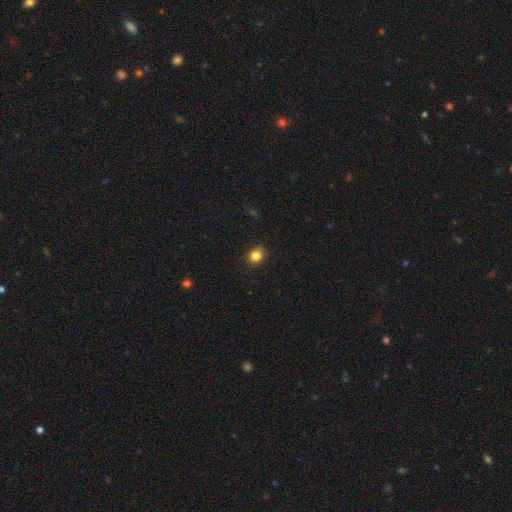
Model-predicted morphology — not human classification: The model was most divided on "how rounded": round: 60%, in between: 39%, cigar-shaped: 1%. More confident: merging — none (85%); smooth or featured — smooth (84%).